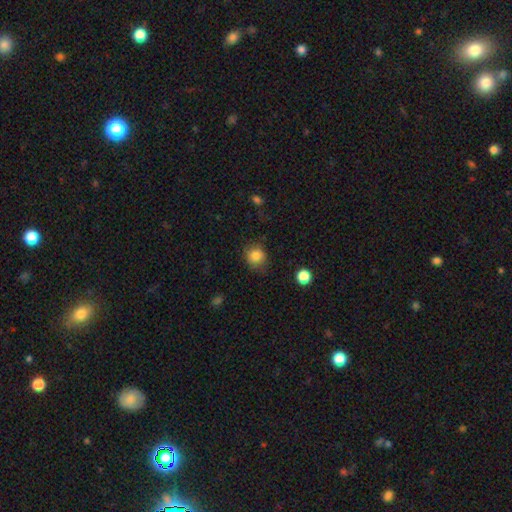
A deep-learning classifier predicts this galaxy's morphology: This is clearly a smooth galaxy (82%). How rounded: likely round (77%). Merging: likely none (75%).